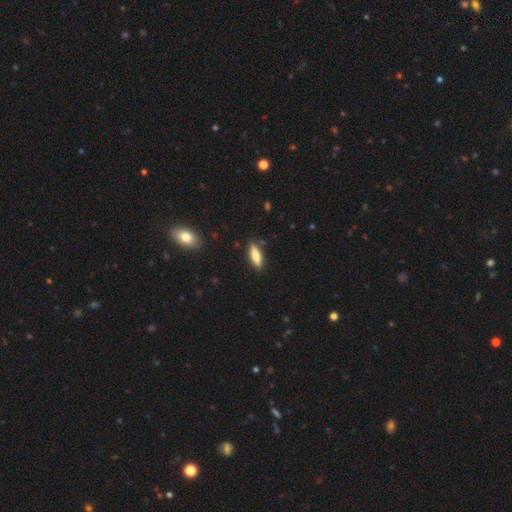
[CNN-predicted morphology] Q: Smooth or featured?
A: smooth (74%); runner-up: featured or disk (19%)
Q: How rounded?
A: cigar-shaped (55%); runner-up: in between (43%)
Q: Merging?
A: none (86%); runner-up: minor disturbance (10%)